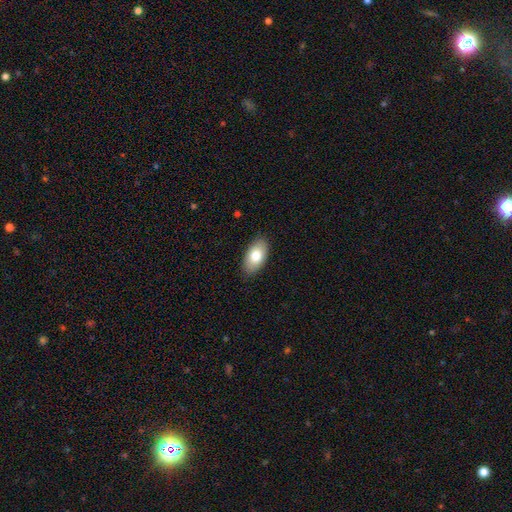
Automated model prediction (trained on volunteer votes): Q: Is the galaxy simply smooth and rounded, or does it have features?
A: smooth — 79%.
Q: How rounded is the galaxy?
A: in between — 94%.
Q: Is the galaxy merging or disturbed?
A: none — 87%.